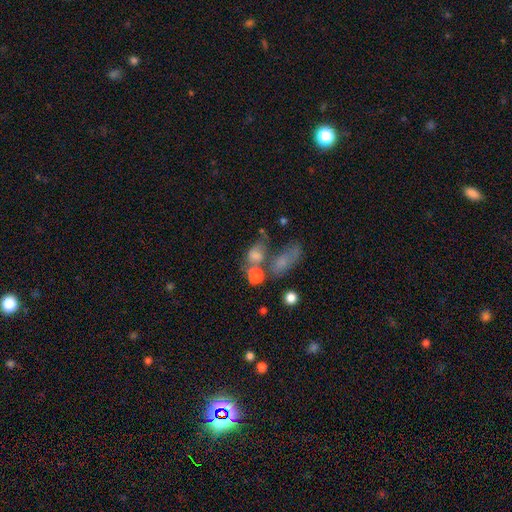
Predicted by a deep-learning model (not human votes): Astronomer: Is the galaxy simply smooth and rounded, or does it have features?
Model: smooth — 66%.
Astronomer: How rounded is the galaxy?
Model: in between — 57% (runner-up: round, 39%).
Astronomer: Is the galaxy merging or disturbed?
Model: merger — 39% (runner-up: none, 32%).